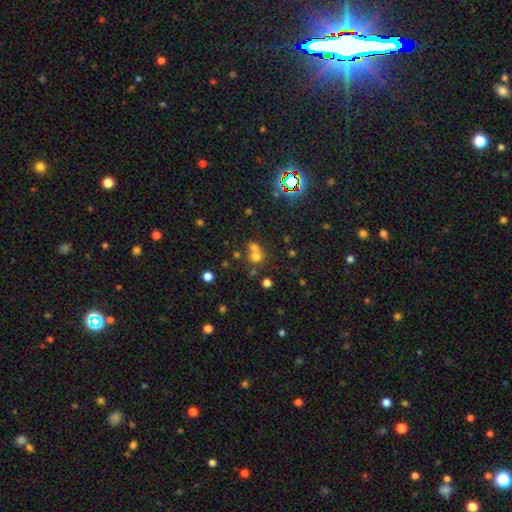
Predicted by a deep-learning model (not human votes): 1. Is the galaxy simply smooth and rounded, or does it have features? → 65% smooth, 22% star or artifact, 14% featured or disk.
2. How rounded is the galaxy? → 80% round, 19% in between, 1% cigar-shaped.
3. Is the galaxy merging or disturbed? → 53% merger, 37% none, 7% minor disturbance, 4% major disturbance.